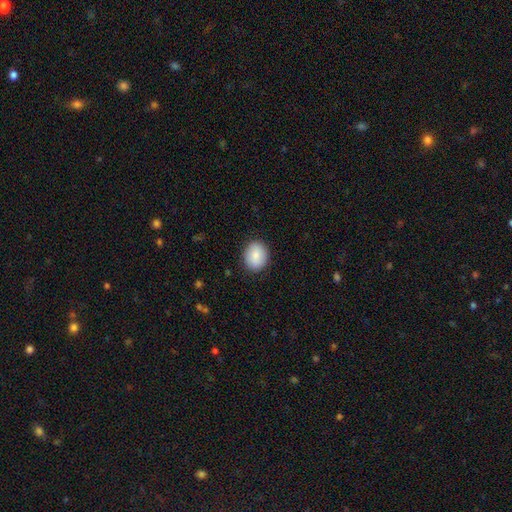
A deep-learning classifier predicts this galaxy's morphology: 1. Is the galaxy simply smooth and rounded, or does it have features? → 86% smooth, 7% featured or disk, 7% star or artifact.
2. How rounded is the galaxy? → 52% round, 47% in between, 1% cigar-shaped.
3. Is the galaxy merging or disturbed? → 88% none, 9% minor disturbance, 2% major disturbance, 1% merger.